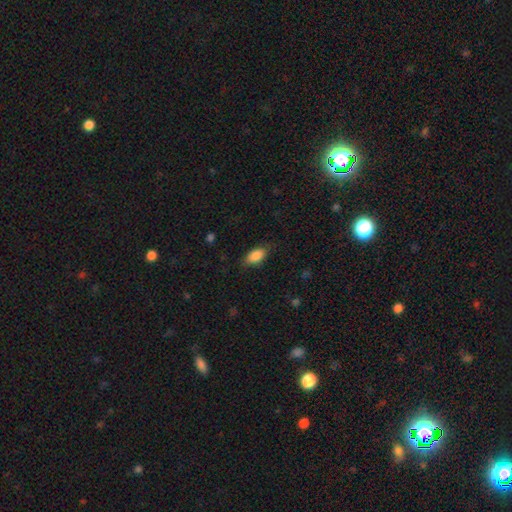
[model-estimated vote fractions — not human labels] Q: Smooth or featured?
A: smooth (88%); runner-up: star or artifact (7%)
Q: How rounded?
A: in between (91%); runner-up: round (4%)
Q: Merging?
A: none (79%); runner-up: minor disturbance (16%)